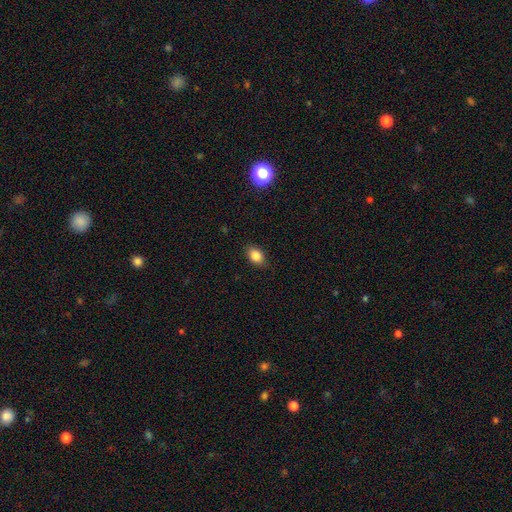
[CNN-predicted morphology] This appears to be a smooth galaxy with no disk features (85%) that is in between round and cigar-shaped (79%). Merging: none (83%).